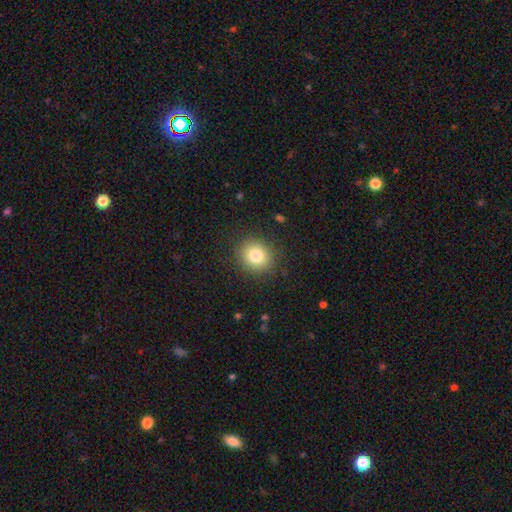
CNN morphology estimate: smooth_or_featured: smooth (p=0.81) [alt: star or artifact p=0.11]
how_rounded: round (p=0.86) [alt: in between p=0.13]
merging: none (p=0.88) [alt: minor disturbance p=0.08]